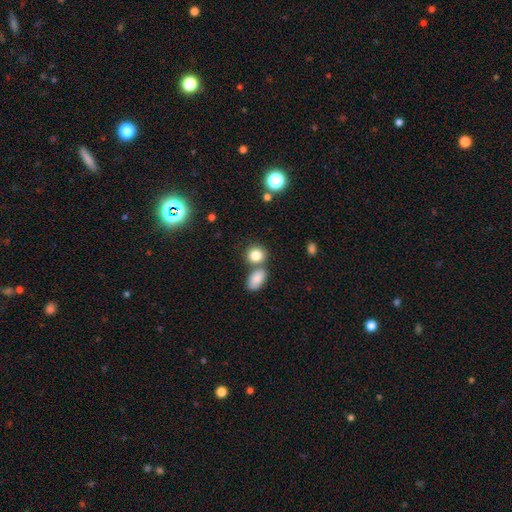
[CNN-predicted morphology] Overall: smooth (83%). How rounded: round (67%; in between 32%). Merging: none (55%; merger 31%).